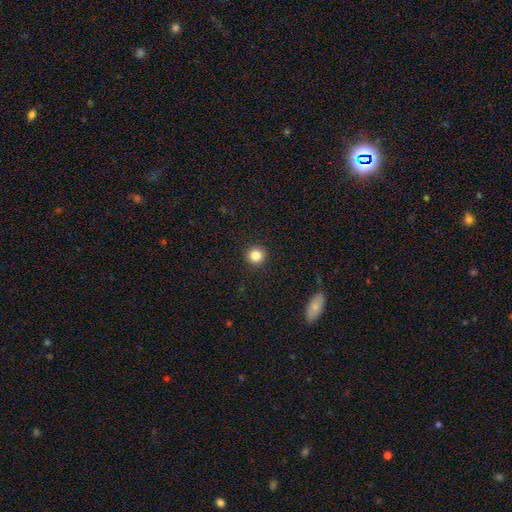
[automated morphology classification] smooth 84%, star or artifact 11%, featured or disk 5%. Down the decision tree: how rounded — round (95%); merging — none (93%).